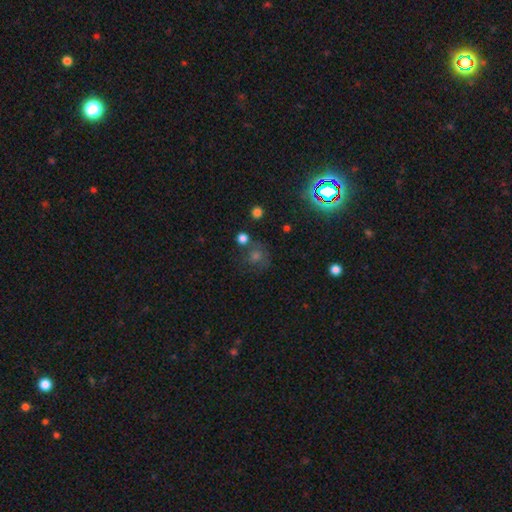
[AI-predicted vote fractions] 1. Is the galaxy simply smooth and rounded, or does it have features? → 44% star or artifact, 39% smooth, 17% featured or disk.